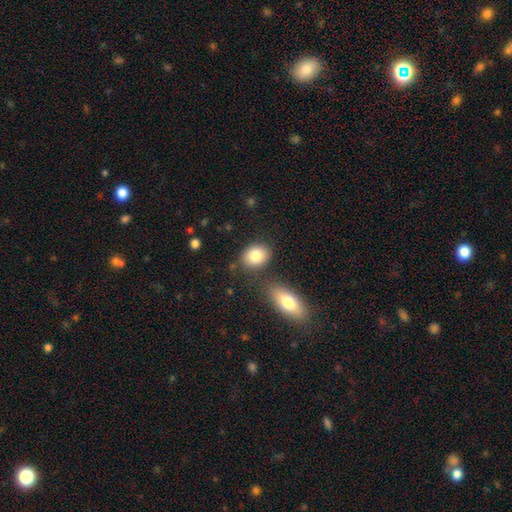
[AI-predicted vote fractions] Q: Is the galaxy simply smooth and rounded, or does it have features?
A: smooth — 83%.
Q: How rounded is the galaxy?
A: in between — 55%.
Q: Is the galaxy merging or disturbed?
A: none — 76%.